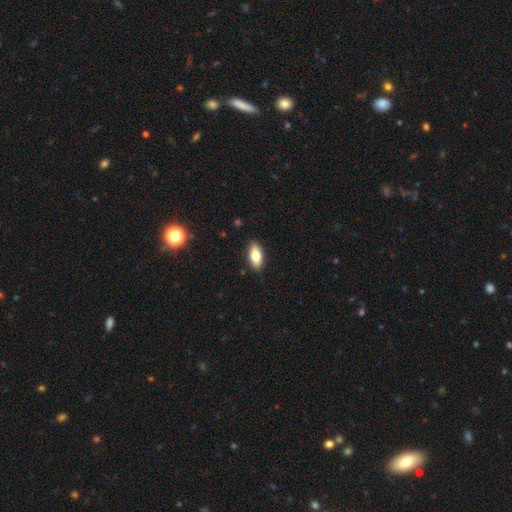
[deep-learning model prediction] A smooth galaxy with no disk features (76%) that is in between round and cigar-shaped (86%). Merging: none (89%).